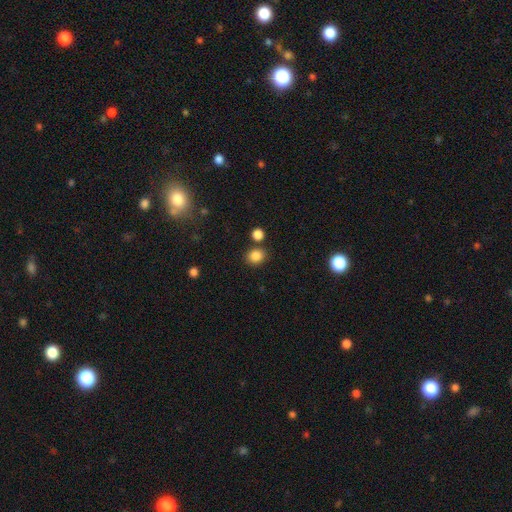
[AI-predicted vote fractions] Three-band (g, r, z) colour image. It shows a smooth galaxy with no disk features (84%) that is round (66%). Merging: none (78%).